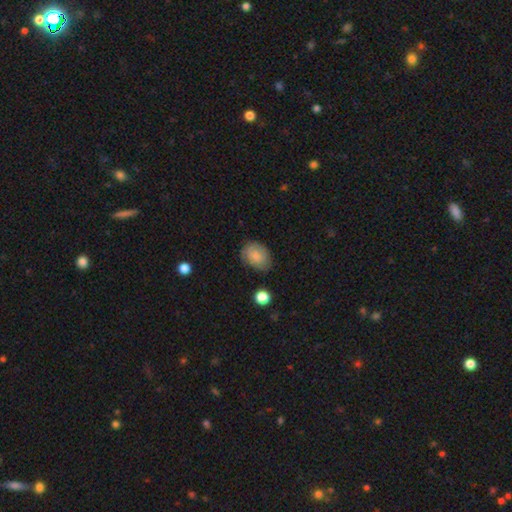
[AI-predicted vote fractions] This appears to be a smooth galaxy with no disk features (78%) that is in between round and cigar-shaped (70%). Merging: none (71%).